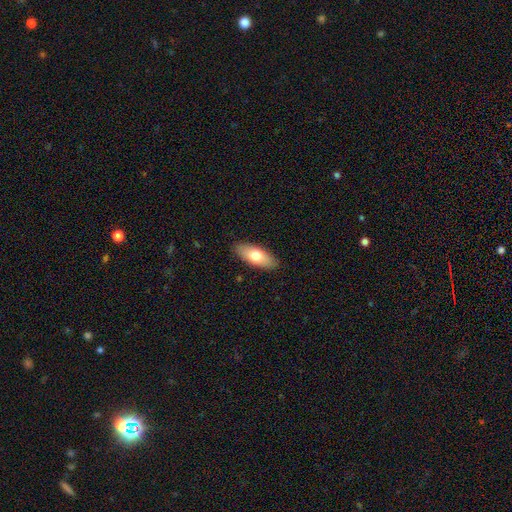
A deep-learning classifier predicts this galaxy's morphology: The model was most divided on "smooth or featured": smooth: 73%, featured or disk: 21%, star or artifact: 6%. More confident: merging — none (89%); how rounded — in between (80%).